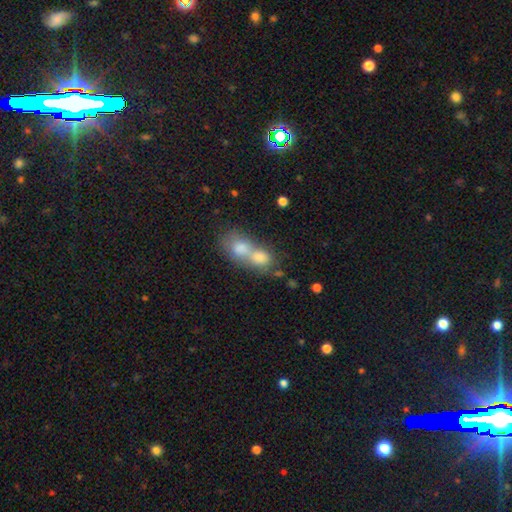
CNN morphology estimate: type=smooth (71%); roundness=in between (51%); merging=merger (73%).